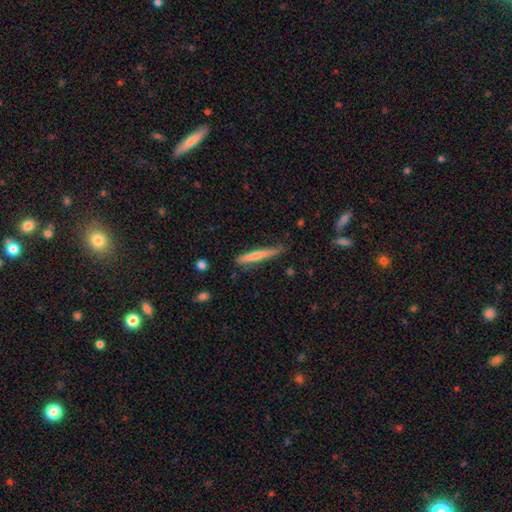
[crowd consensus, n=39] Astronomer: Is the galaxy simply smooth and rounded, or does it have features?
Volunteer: smooth — 69%.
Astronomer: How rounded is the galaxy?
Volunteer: cigar-shaped — 96%.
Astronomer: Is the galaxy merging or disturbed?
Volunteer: none — 79%.